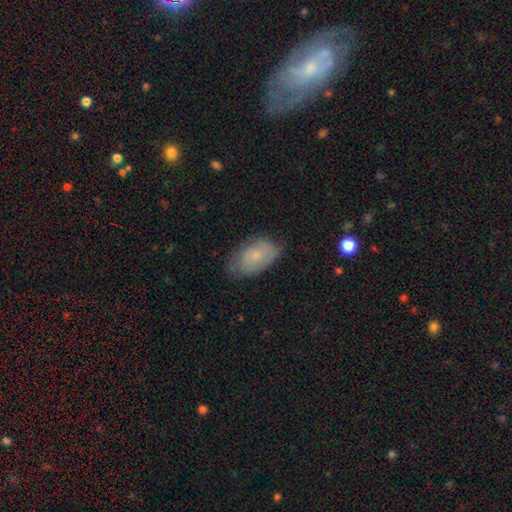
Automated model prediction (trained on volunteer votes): Morphology: type=smooth (64%); roundness=in between (92%); merging=none (66%).